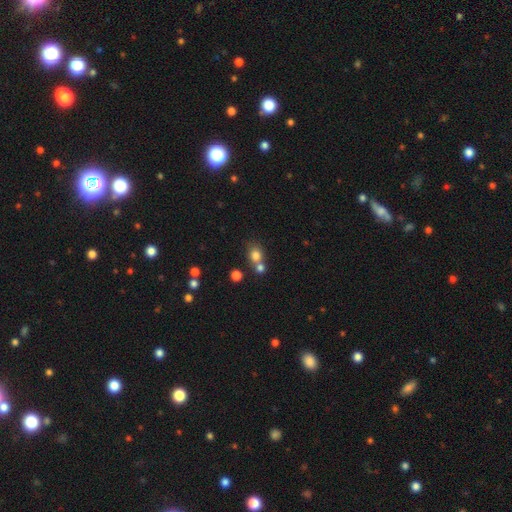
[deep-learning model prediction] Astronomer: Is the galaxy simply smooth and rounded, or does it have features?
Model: smooth — 78%.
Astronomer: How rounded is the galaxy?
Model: round — 68%.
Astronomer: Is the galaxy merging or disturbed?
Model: none — 49% (runner-up: merger, 38%).